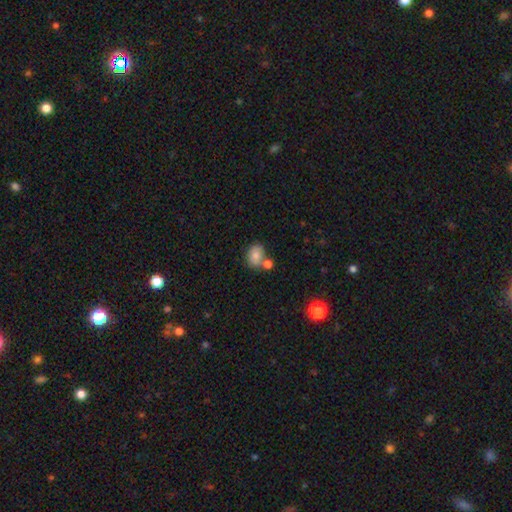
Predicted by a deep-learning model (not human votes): A smooth galaxy with no disk features (80%) that is in between round and cigar-shaped (60%).

Vote fractions:
- Smooth or featured? smooth: 80% / featured or disk: 11% / star or artifact: 9%
- How rounded? in between: 60% / round: 39% / cigar-shaped: 1%
- Merging? none: 54% / merger: 28% / minor disturbance: 14% / major disturbance: 4%